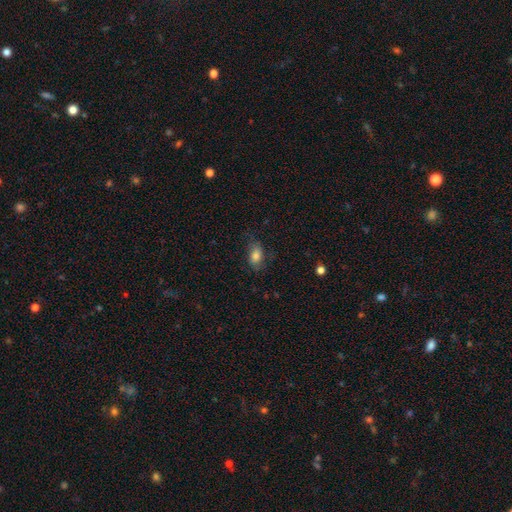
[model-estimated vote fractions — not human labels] Smooth or featured? smooth (79%)
How rounded? in between (87%)
Merging? none (64%)